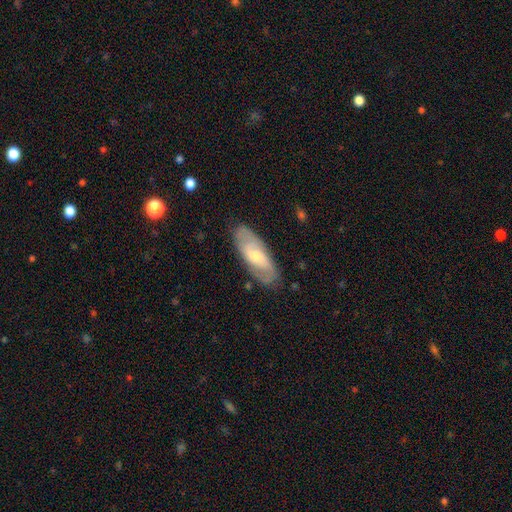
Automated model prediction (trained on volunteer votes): Smooth or featured? featured or disk (59%)
Edge-on disk? no (84%)
Merging? none (81%)